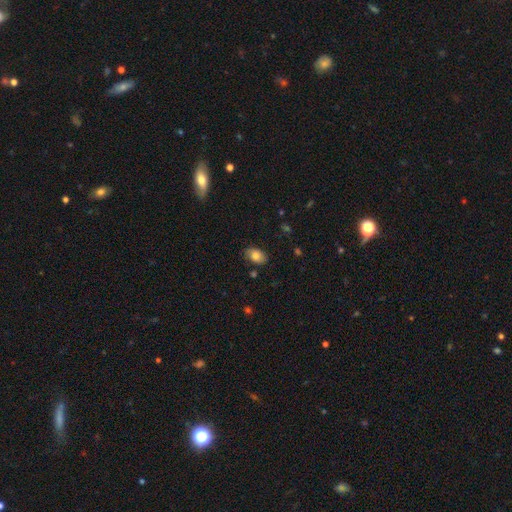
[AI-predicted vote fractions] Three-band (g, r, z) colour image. It shows a smooth galaxy with no disk features (76%) that is in between round and cigar-shaped (87%). Merging: none (74%).